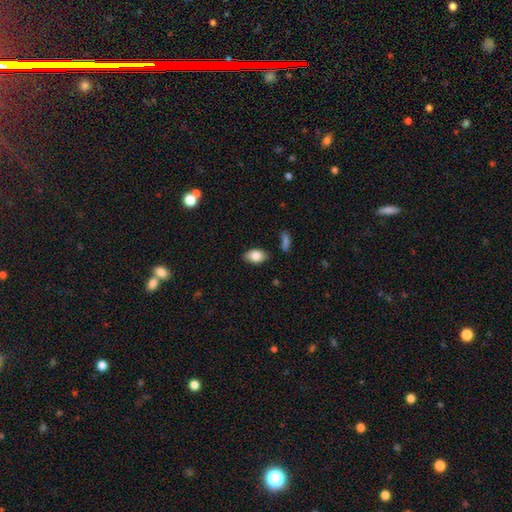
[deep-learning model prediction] Smooth or featured?
  - smooth: 83% *
  - featured or disk: 10%
  - star or artifact: 7%
How rounded?
  - in between: 91% *
  - round: 7%
  - cigar-shaped: 2%
Merging?
  - none: 82% *
  - minor disturbance: 13%
  - merger: 3%
  - major disturbance: 3%